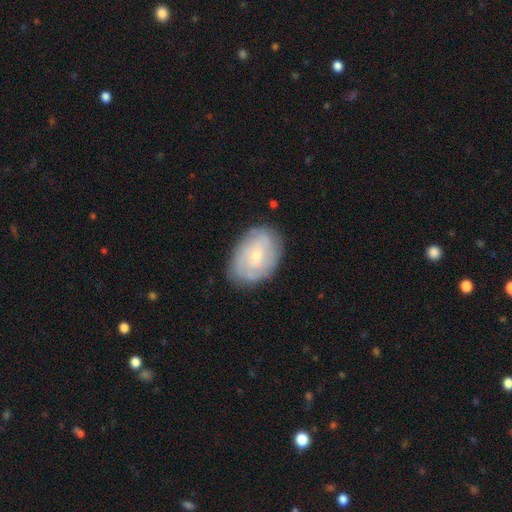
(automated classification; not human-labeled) Smooth or featured: featured or disk — 62% (smooth — 31%)
Edge-on disk: no — 96% (yes — 4%)
Bar: no — 52% (weak — 41%)
Spiral arms: yes — 82% (no — 18%)
Bulge size: small — 65% (moderate — 28%)
Merging: none — 79% (minor disturbance — 16%)